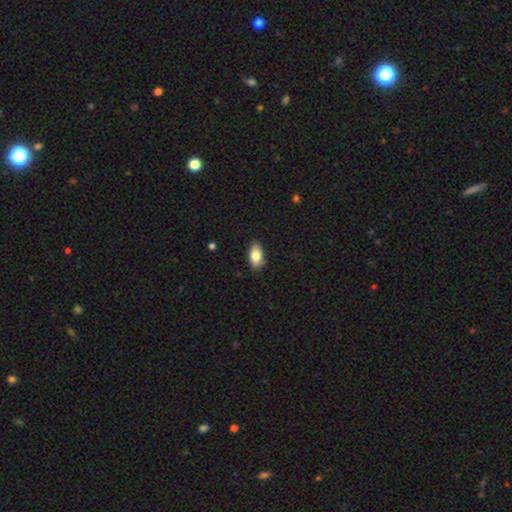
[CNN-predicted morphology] Q: Smooth or featured?
A: smooth (84%); runner-up: featured or disk (9%)
Q: How rounded?
A: in between (92%); runner-up: round (5%)
Q: Merging?
A: none (84%); runner-up: minor disturbance (13%)